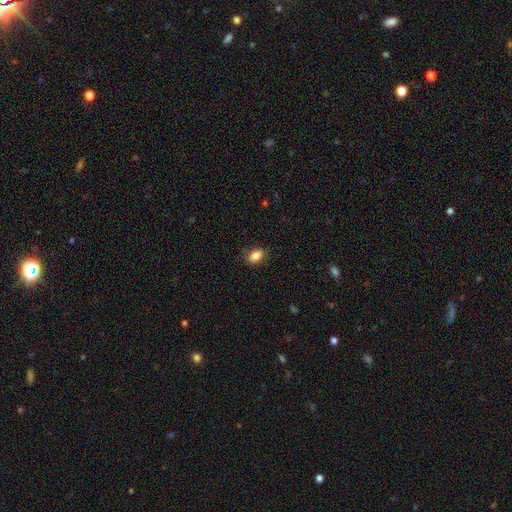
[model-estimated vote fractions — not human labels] The model was most divided on "how rounded": in between: 83%, round: 15%, cigar-shaped: 2%. More confident: smooth or featured — smooth (85%); merging — none (83%).